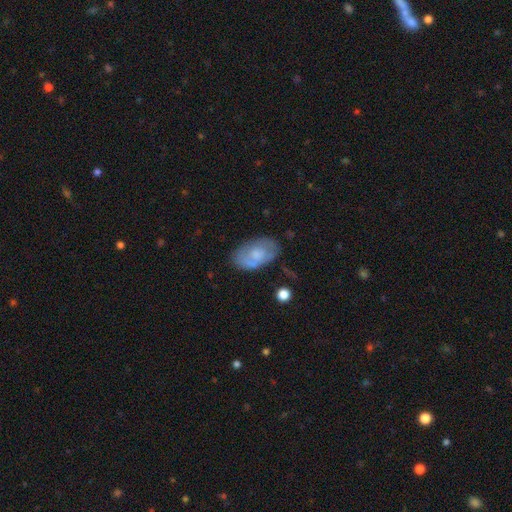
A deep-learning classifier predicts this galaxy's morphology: Smooth or featured? smooth (55%)
How rounded? in between (92%)
Merging? none (68%)